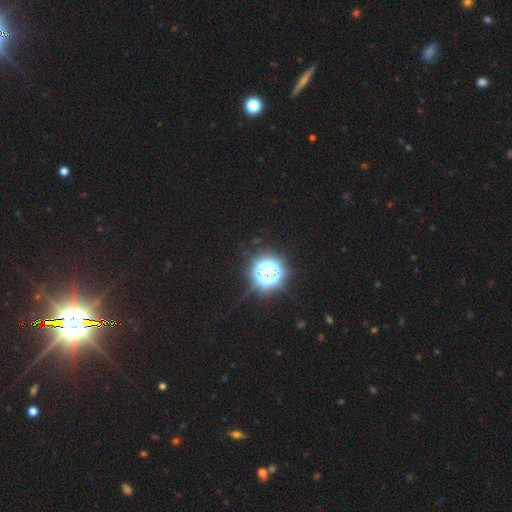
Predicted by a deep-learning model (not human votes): Smooth or featured: star or artifact — 83% (smooth — 11%)